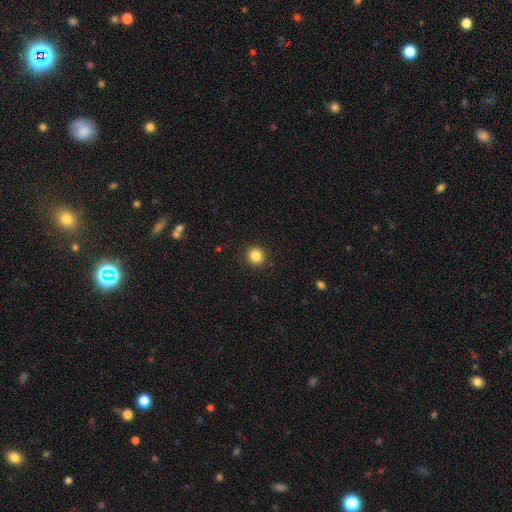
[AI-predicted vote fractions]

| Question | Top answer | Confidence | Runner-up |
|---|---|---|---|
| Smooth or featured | smooth | 85% | star or artifact (10%) |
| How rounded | round | 92% | in between (8%) |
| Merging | none | 92% | minor disturbance (6%) |